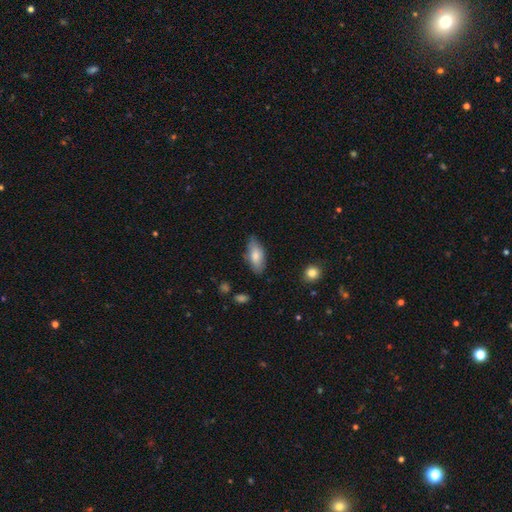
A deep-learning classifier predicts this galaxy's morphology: Smooth or featured?
  - smooth: 78% *
  - featured or disk: 16%
  - star or artifact: 6%
How rounded?
  - in between: 84% *
  - cigar-shaped: 13%
  - round: 2%
Merging?
  - none: 77% *
  - minor disturbance: 18%
  - major disturbance: 3%
  - merger: 2%